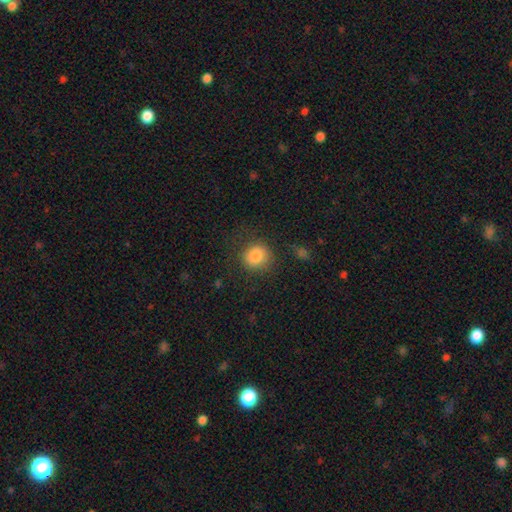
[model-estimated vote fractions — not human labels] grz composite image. It shows a smooth galaxy with no disk features (84%) that is round (76%). Merging: none (77%).